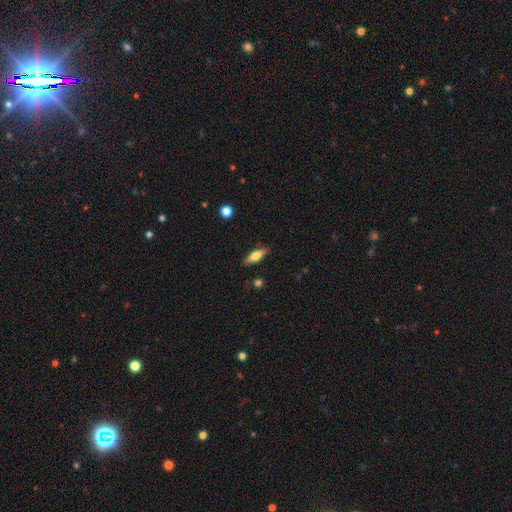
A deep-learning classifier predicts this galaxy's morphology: This appears to be a smooth galaxy with no disk features (61%) that is in between round and cigar-shaped (59%). Merging: none (85%).